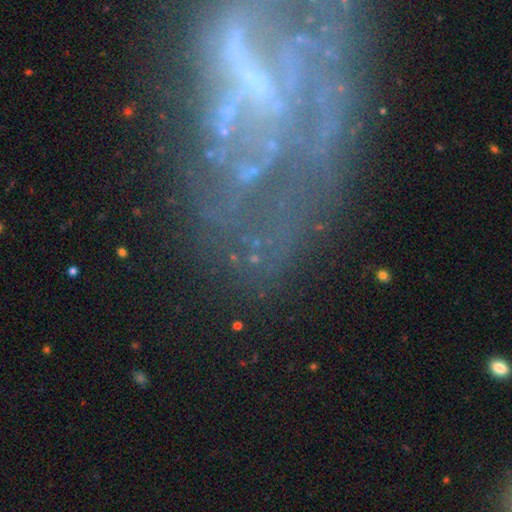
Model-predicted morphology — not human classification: smooth_or_featured: featured or disk (p=0.71) [alt: star or artifact p=0.16]
disk_edge_on: no (p=0.93) [alt: yes p=0.07]
bar: no (p=0.47) [alt: weak p=0.30]
has_spiral_arms: no (p=0.52) [alt: yes p=0.48]
bulge_size: none (p=0.49) [alt: small p=0.30]
merging: none (p=0.46) [alt: major disturbance p=0.29]